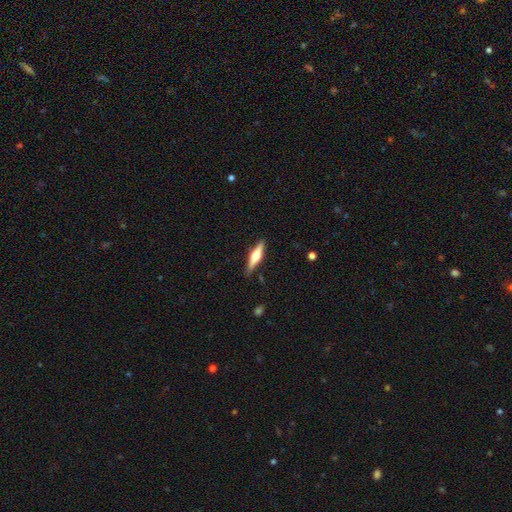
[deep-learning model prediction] This is possibly a featured or disk galaxy (59%). It is clearly viewed edge-on (96%). Edge-on bulge: clearly rounded (93%). Merging: clearly none (88%).